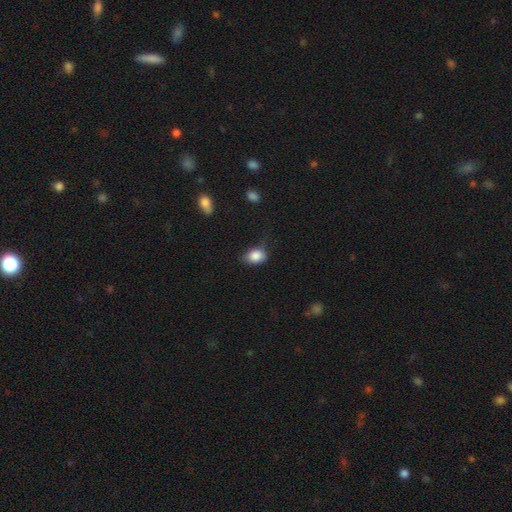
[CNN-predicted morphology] A smooth galaxy with no disk features (85%) that is in between round and cigar-shaped (70%). Merging: none (58%).